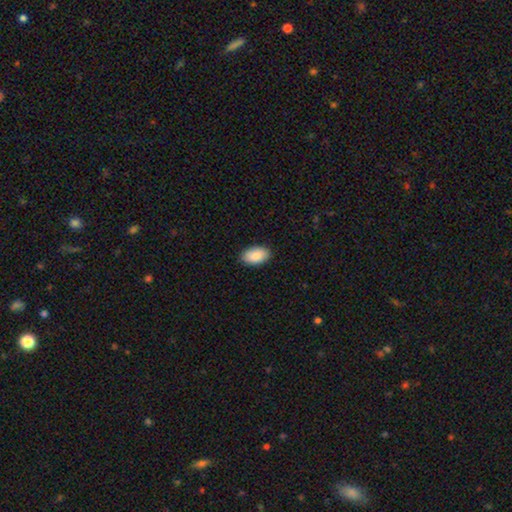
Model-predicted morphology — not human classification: type=smooth (90%); roundness=in between (95%); merging=none (89%).